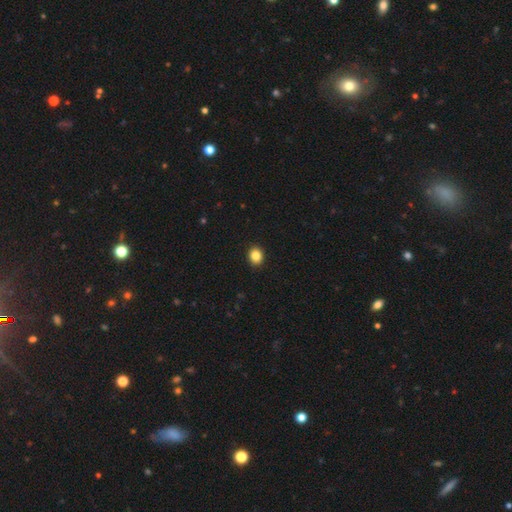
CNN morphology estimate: This is clearly a smooth galaxy (85%). How rounded: likely round (68%). Merging: clearly none (92%).